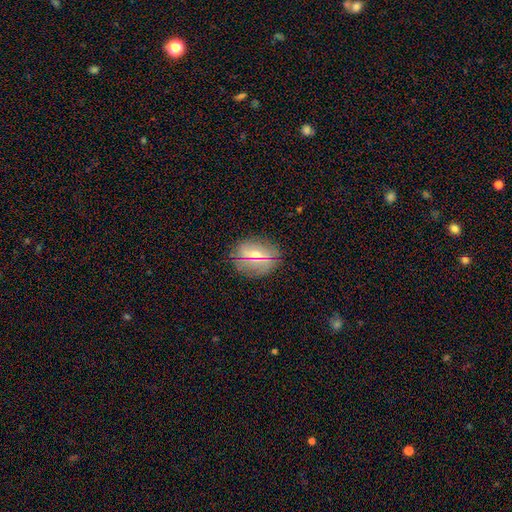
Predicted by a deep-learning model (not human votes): Smooth or featured? smooth (58%)
How rounded? round (62%)
Merging? none (86%)